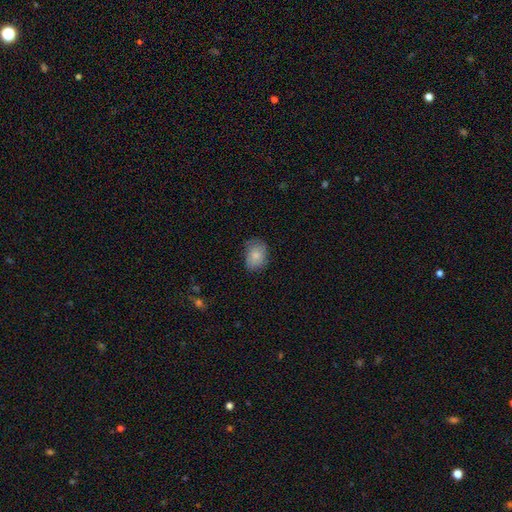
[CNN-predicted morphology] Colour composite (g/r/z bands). It shows a smooth galaxy with no disk features (82%) that is in between round and cigar-shaped (65%). Merging: none (70%).